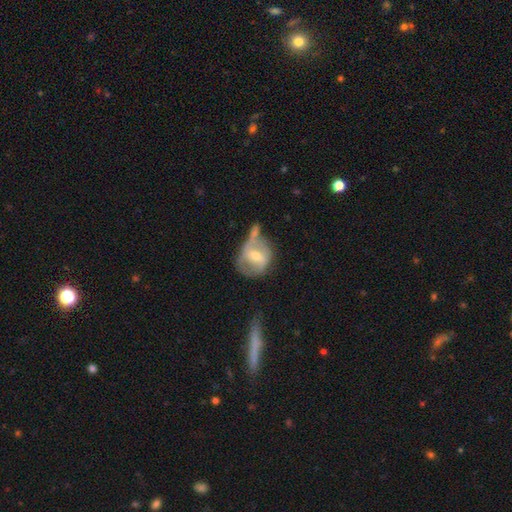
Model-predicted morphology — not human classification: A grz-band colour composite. It shows a featured or disk galaxy (55%) with a weak bar (47%), spiral arms (54%) and a moderate central bulge (51%). Merging: none (30%).